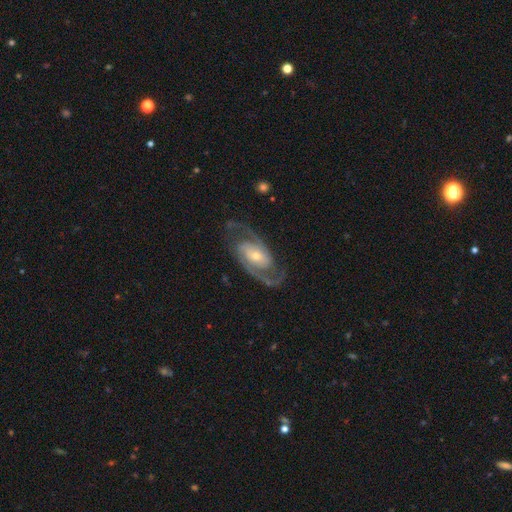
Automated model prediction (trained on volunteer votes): A featured or disk galaxy (91%) with no bar (49%), 2 (91%) medium (56%) spiral arms (98%) and a small central bulge (52%). Merging: none (78%).